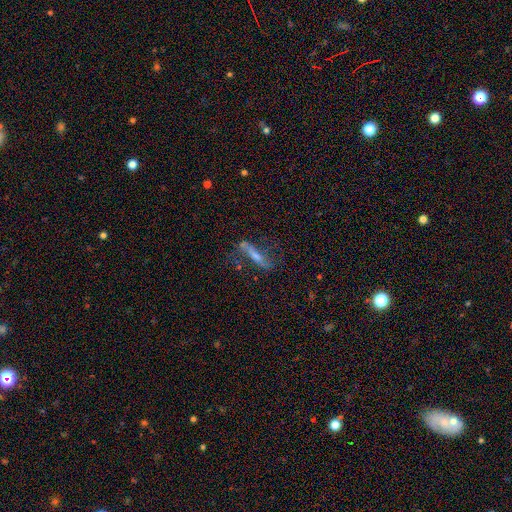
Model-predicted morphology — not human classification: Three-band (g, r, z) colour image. It shows a featured or disk galaxy (57%) viewed edge-on (62%). Merging: none (58%).